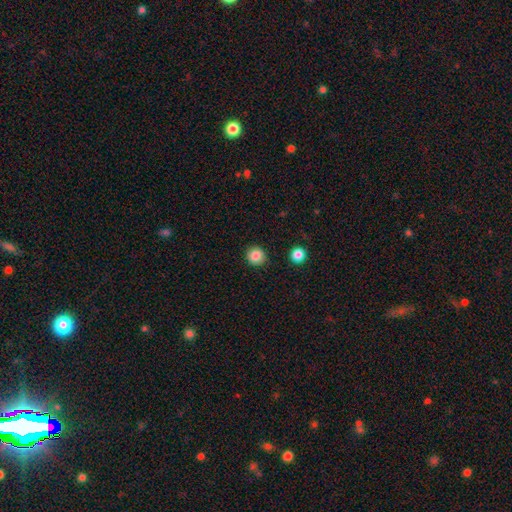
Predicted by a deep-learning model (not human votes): Smooth or featured? Predicted: smooth (p=0.85). How rounded? Predicted: round (p=0.92). Merging? Predicted: none (p=0.90).